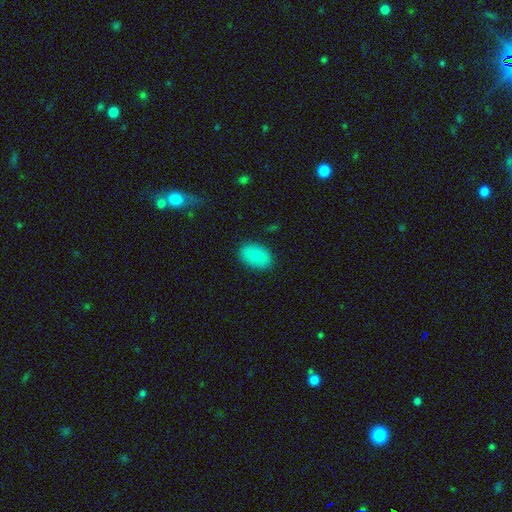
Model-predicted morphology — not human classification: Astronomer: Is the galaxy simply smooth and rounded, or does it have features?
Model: smooth — 86%.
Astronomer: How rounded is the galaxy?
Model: in between — 88%.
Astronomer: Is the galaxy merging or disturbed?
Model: none — 87%.